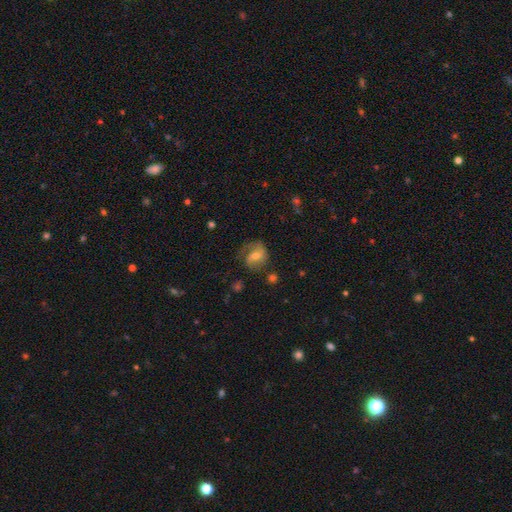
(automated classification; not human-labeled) Smooth or featured? featured or disk (50%)
Merging? none (53%)